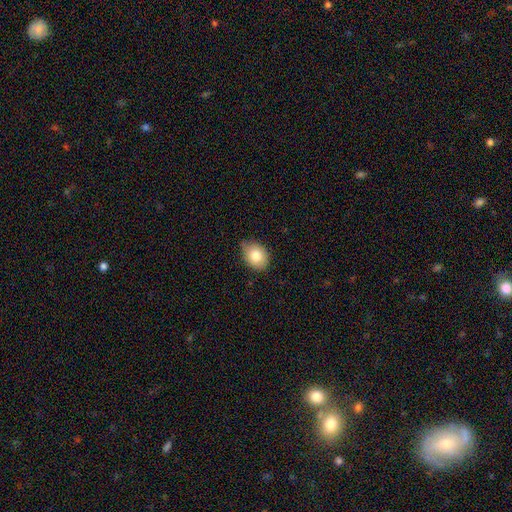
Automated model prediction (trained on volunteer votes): A smooth galaxy with no disk features (80%) that is in between round and cigar-shaped (53%).

Vote fractions:
- Smooth or featured? smooth: 80% / featured or disk: 11% / star or artifact: 9%
- How rounded? in between: 53% / round: 46% / cigar-shaped: 1%
- Merging? none: 71% / minor disturbance: 24% / major disturbance: 3% / merger: 1%